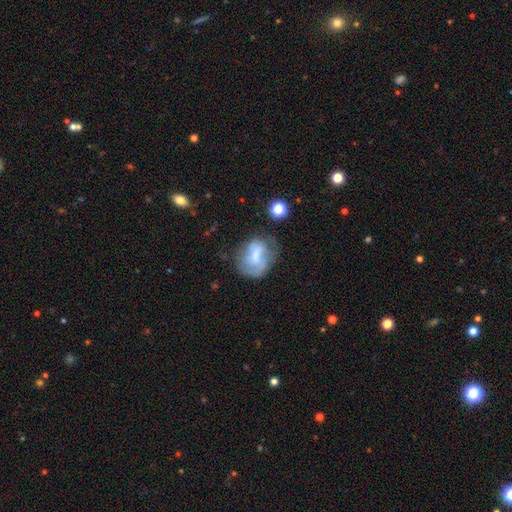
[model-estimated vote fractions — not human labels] smooth-or-featured: smooth: 48% | featured or disk: 42% | star or artifact: 10%
  merging: none: 43% | minor disturbance: 29% | major disturbance: 22% | merger: 7%